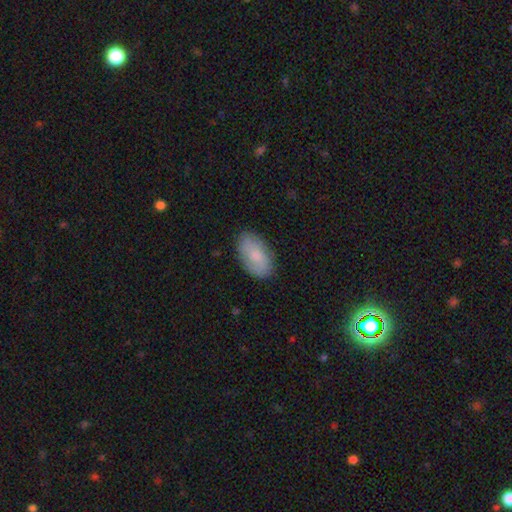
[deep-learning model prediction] smooth_or_featured: smooth (p=0.75) [alt: featured or disk p=0.19]
how_rounded: in between (p=0.94) [alt: round p=0.05]
merging: none (p=0.83) [alt: minor disturbance p=0.13]